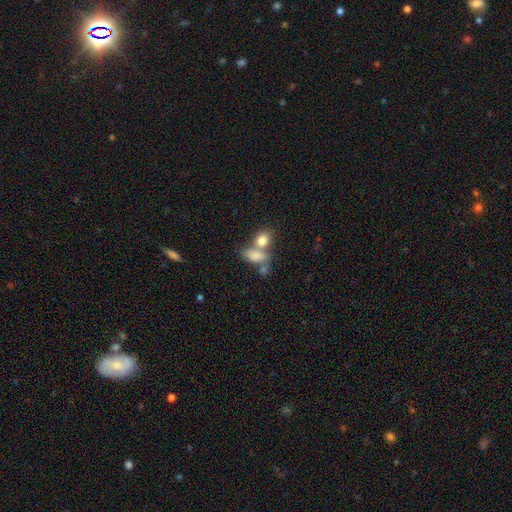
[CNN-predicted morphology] type=smooth (78%); roundness=in between (81%); merging=merger (52%).